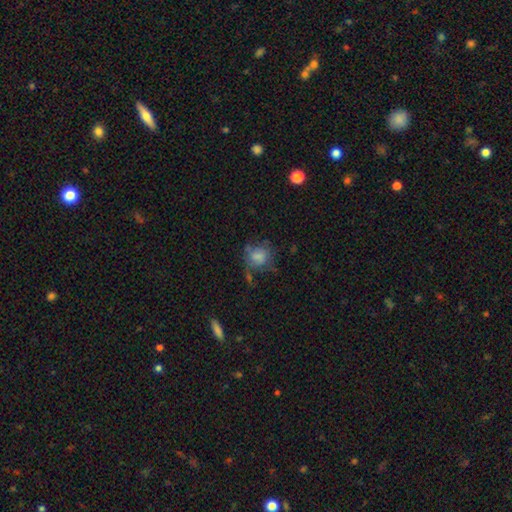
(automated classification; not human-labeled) This appears to be a smooth galaxy with no disk features (66%) that is round (69%). Merging: none (42%).